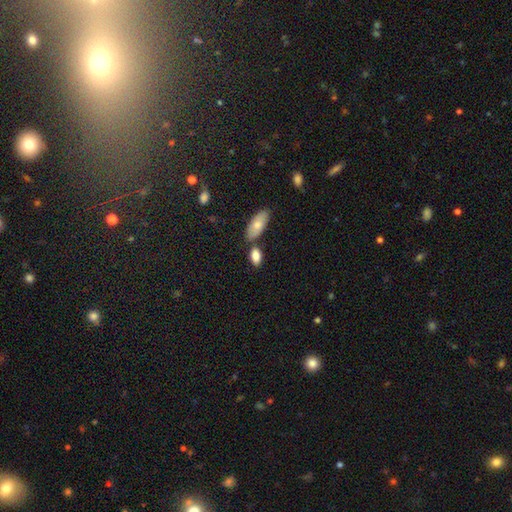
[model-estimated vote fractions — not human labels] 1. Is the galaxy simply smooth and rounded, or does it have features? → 82% smooth, 11% featured or disk, 7% star or artifact.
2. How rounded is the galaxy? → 88% in between, 7% cigar-shaped, 5% round.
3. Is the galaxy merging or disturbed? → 63% none, 21% merger, 13% minor disturbance, 4% major disturbance.